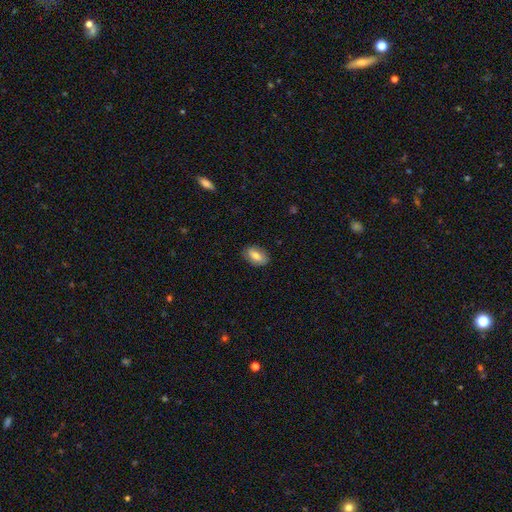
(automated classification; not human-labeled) Q: Smooth or featured?
A: smooth (72%); runner-up: featured or disk (21%)
Q: How rounded?
A: in between (90%); runner-up: round (7%)
Q: Merging?
A: none (83%); runner-up: minor disturbance (13%)